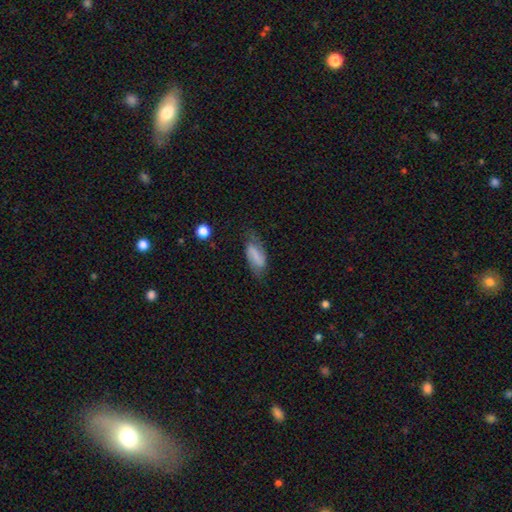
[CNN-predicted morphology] This appears to be a smooth galaxy with no disk features (57%) that is in between round and cigar-shaped (85%). Merging: none (60%).